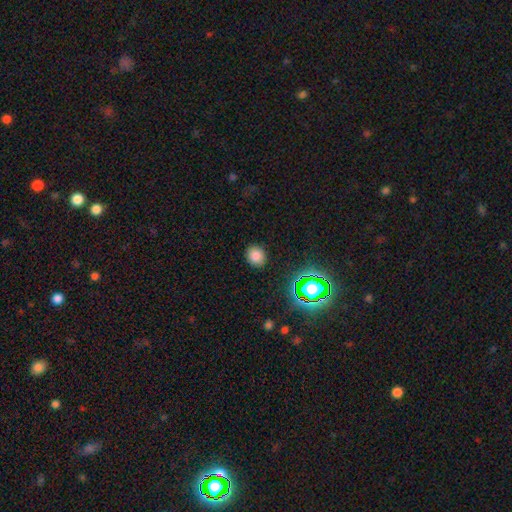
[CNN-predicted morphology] Q: Smooth or featured?
A: smooth (78%); runner-up: star or artifact (16%)
Q: How rounded?
A: round (73%); runner-up: in between (26%)
Q: Merging?
A: none (89%); runner-up: minor disturbance (8%)